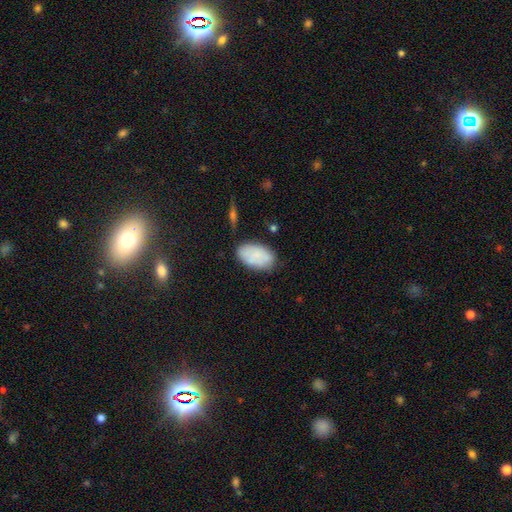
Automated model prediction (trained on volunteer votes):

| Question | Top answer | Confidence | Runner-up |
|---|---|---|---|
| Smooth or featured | smooth | 79% | featured or disk (14%) |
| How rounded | in between | 94% | round (5%) |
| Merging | none | 71% | minor disturbance (20%) |